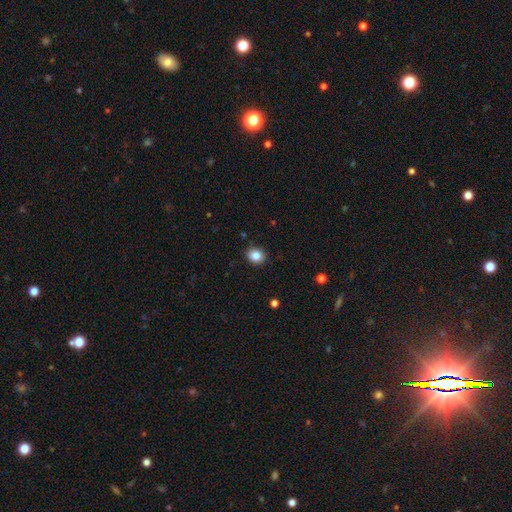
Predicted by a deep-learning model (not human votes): This is clearly a smooth galaxy (85%). How rounded: likely round (67%). Merging: clearly none (90%).